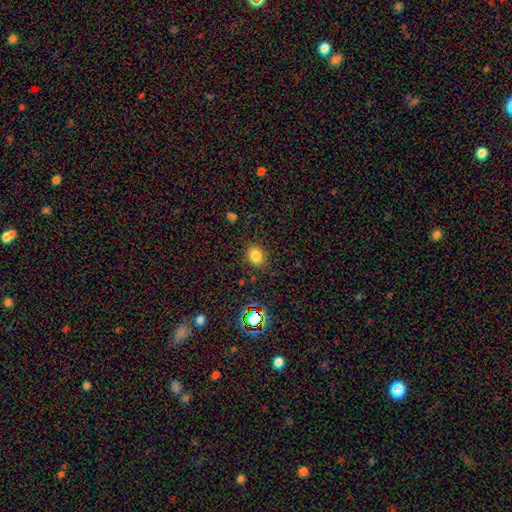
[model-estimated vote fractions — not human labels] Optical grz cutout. It shows a smooth galaxy with no disk features (78%) that is round (60%). Merging: none (83%).